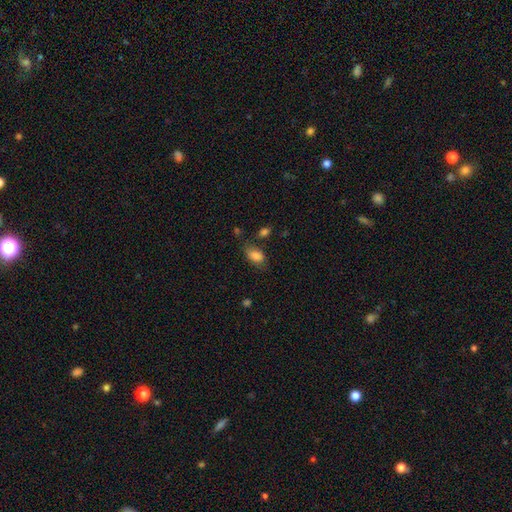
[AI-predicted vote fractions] Smooth or featured? Predicted: smooth (p=0.82). How rounded? Predicted: in between (p=0.89). Merging? Predicted: none (p=0.58).